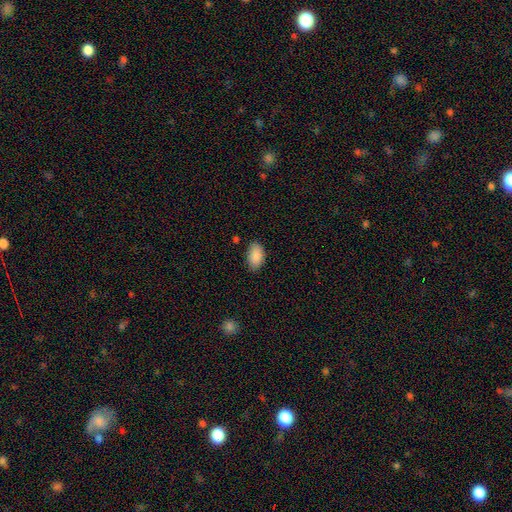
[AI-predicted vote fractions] Morphology: type=smooth (89%); roundness=in between (93%); merging=none (83%).